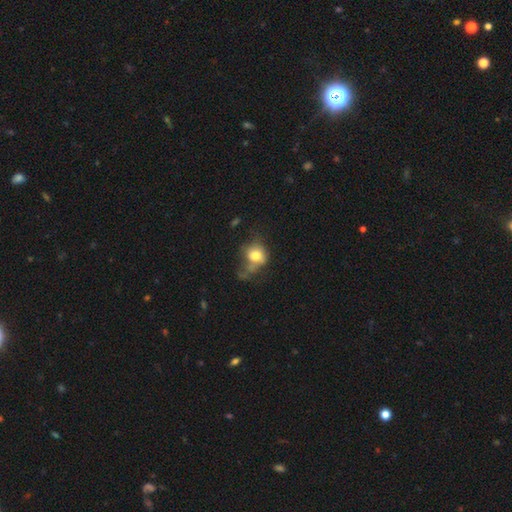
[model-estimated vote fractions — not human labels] A smooth galaxy with no disk features (71%) that is round (57%). Merging: major disturbance (36%).